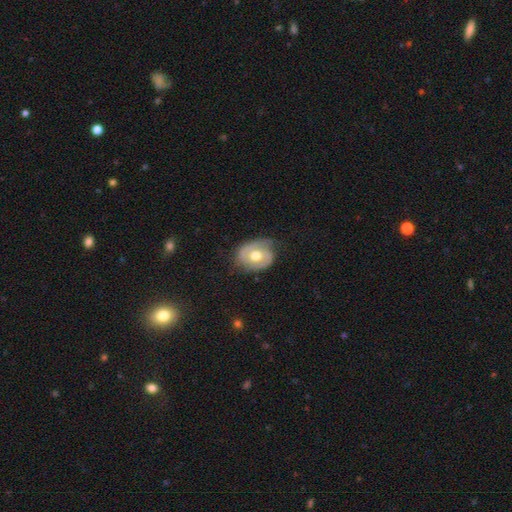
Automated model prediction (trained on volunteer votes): Overall: featured or disk (66%; smooth 29%). Edge-on disk: no (96%). Bar: no (71%). Spiral arms: yes (76%). Bulge size: moderate (78%). Merging: none (66%).